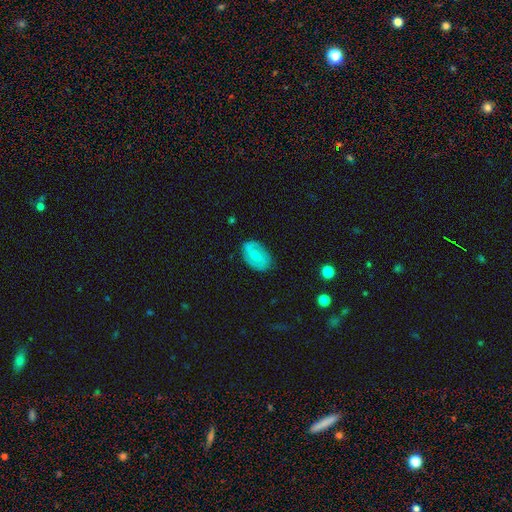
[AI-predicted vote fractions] A featured or disk galaxy (59%) with a weak bar (45%), spiral arms (52%) and a moderate central bulge (64%).

Vote fractions:
- Smooth or featured? featured or disk: 59% / smooth: 34% / star or artifact: 7%
- Edge-on disk? no: 94% / yes: 6%
- Bar? weak: 45% / no: 32% / strong: 23%
- Spiral arms? yes: 52% / no: 48%
- Bulge size? moderate: 64% / small: 32% / large: 2% / none: 1% / dominant: 1%
- Merging? none: 81% / minor disturbance: 14% / major disturbance: 3% / merger: 1%